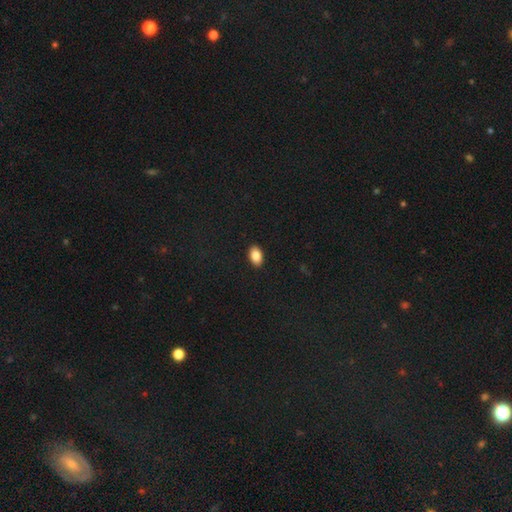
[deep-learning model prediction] This is clearly a smooth galaxy (86%). How rounded: clearly in between (91%). Merging: clearly none (90%).